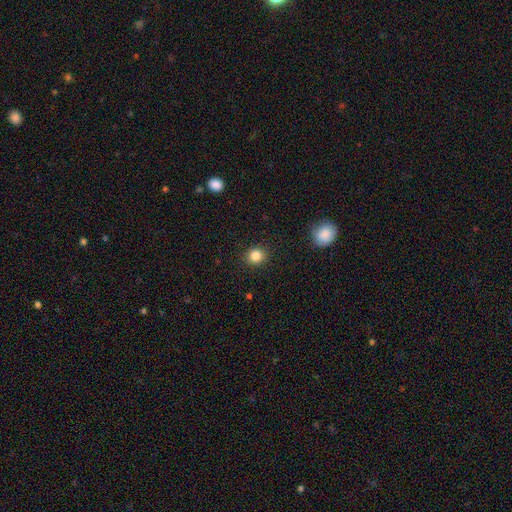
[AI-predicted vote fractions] Smooth or featured?
  - smooth: 85% *
  - star or artifact: 11%
  - featured or disk: 4%
How rounded?
  - round: 82% *
  - in between: 17%
  - cigar-shaped: 1%
Merging?
  - none: 90% *
  - minor disturbance: 6%
  - major disturbance: 2%
  - merger: 1%